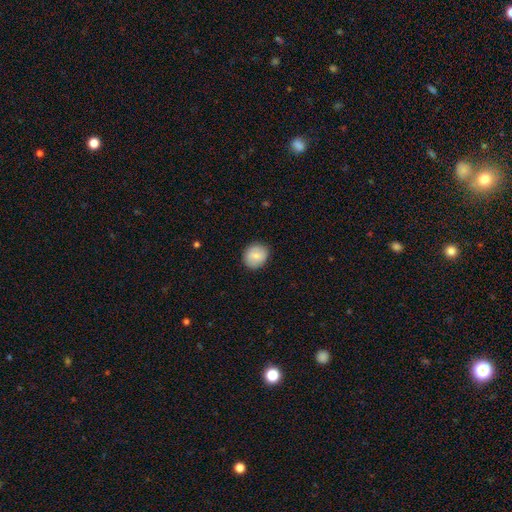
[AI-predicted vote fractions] smooth-or-featured: smooth: 79% | featured or disk: 14% | star or artifact: 7%
  how-rounded: round: 79% | in between: 20% | cigar-shaped: 1%
  merging: none: 87% | minor disturbance: 10% | major disturbance: 2% | merger: 1%